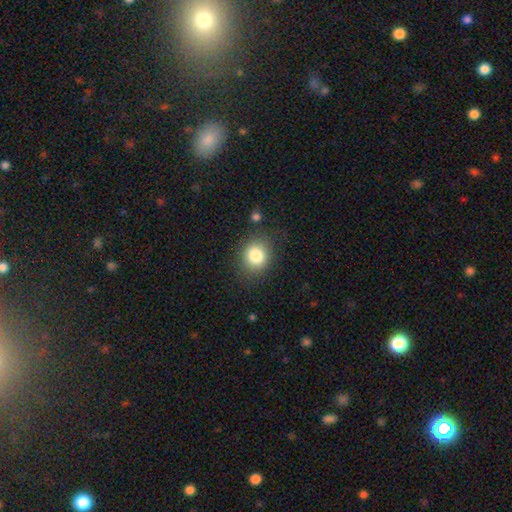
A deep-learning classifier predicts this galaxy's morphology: Smooth or featured? Predicted: smooth (p=0.82). How rounded? Predicted: round (p=0.69). Merging? Predicted: none (p=0.81).